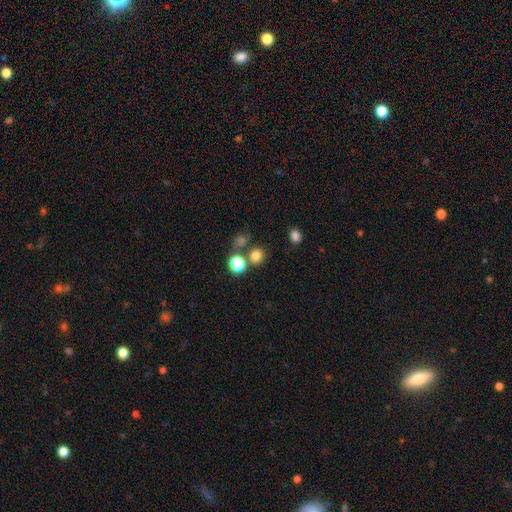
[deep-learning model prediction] A smooth galaxy with no disk features (76%) that is round (85%). Merging: none (69%).